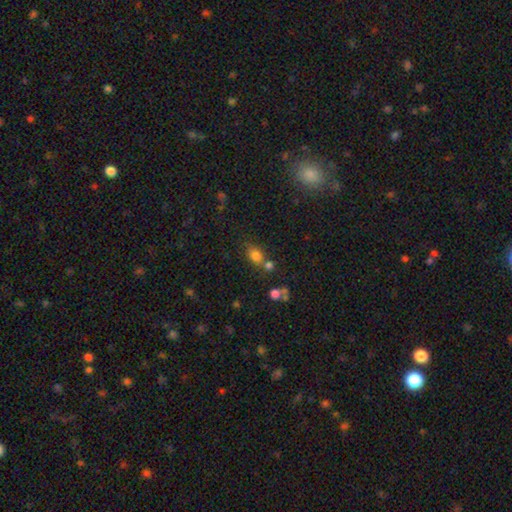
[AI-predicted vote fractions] Q: Smooth or featured?
A: smooth (77%); runner-up: star or artifact (14%)
Q: How rounded?
A: in between (65%); runner-up: round (33%)
Q: Merging?
A: none (53%); runner-up: merger (27%)